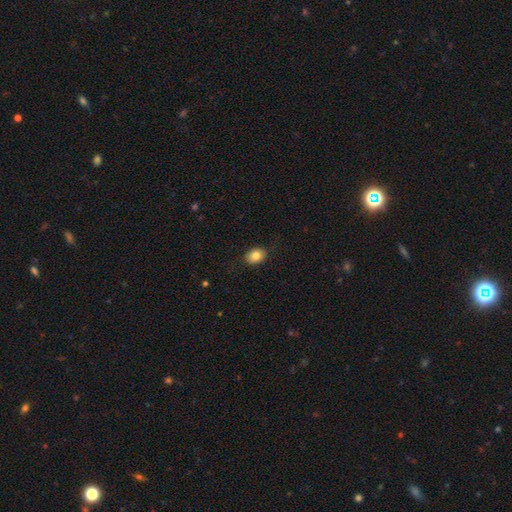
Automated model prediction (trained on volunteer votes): smooth-or-featured: smooth: 84% | star or artifact: 9% | featured or disk: 8%
  how-rounded: in between: 69% | round: 30% | cigar-shaped: 1%
  merging: none: 87% | minor disturbance: 10% | major disturbance: 2% | merger: 1%